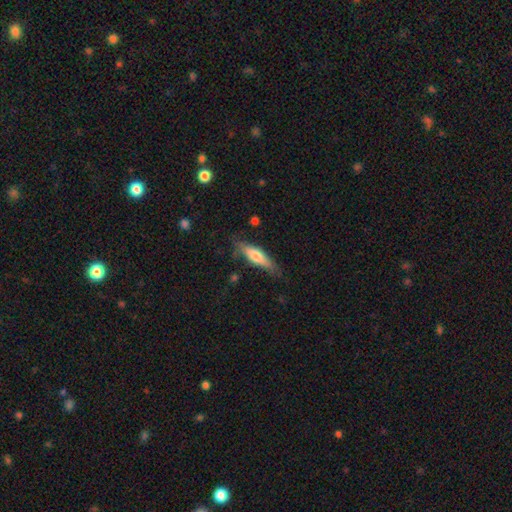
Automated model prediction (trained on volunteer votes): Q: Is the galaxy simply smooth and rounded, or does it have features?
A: smooth — 60%.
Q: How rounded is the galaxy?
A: cigar-shaped — 65%.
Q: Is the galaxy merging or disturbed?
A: none — 73%.